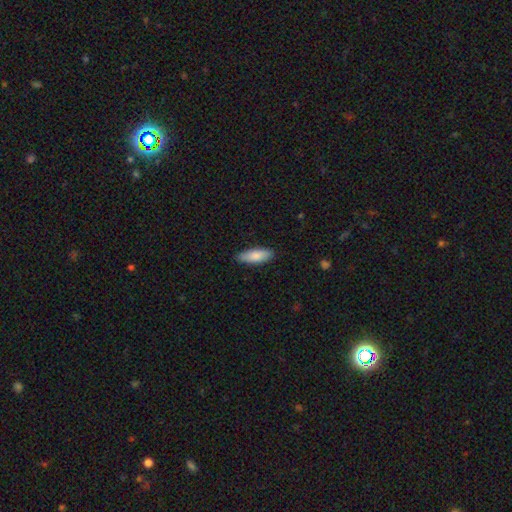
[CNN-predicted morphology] A smooth galaxy with no disk features (85%) that is in between round and cigar-shaped (67%).

Vote fractions:
- Smooth or featured? smooth: 85% / featured or disk: 10% / star or artifact: 5%
- How rounded? in between: 67% / cigar-shaped: 31% / round: 2%
- Merging? none: 85% / minor disturbance: 12% / major disturbance: 2% / merger: 1%